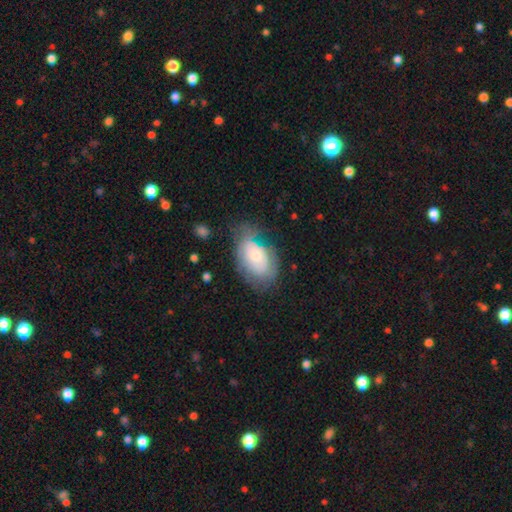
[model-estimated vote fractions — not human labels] smooth_or_featured: smooth (p=0.50) [alt: featured or disk p=0.42]
how_rounded: in between (p=0.89) [alt: round p=0.10]
merging: none (p=0.51) [alt: minor disturbance p=0.31]